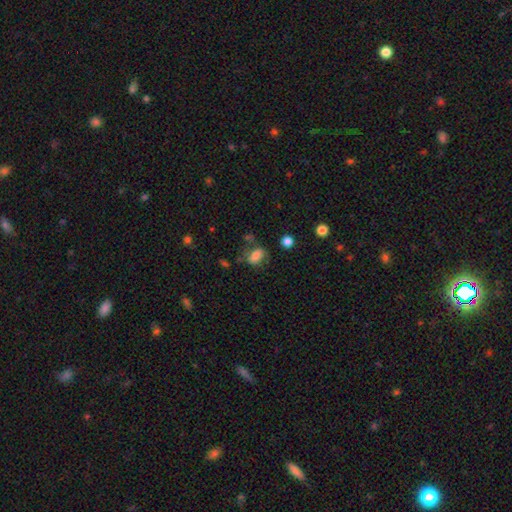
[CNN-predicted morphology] smooth-or-featured: smooth: 71% | featured or disk: 18% | star or artifact: 12%
  how-rounded: in between: 79% | round: 18% | cigar-shaped: 3%
  merging: none: 53% | minor disturbance: 25% | major disturbance: 15% | merger: 7%